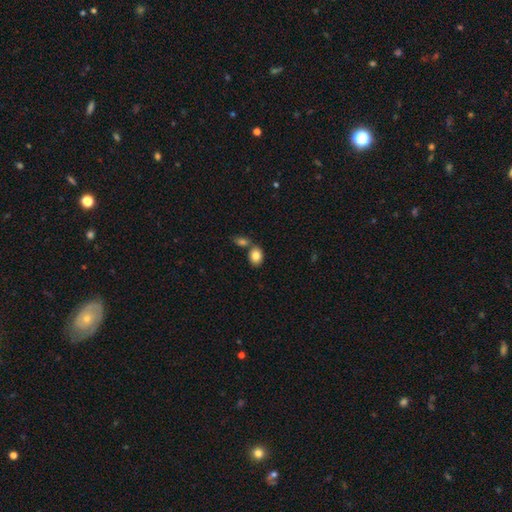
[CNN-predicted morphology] Q: Smooth or featured?
A: smooth (84%); runner-up: star or artifact (8%)
Q: How rounded?
A: in between (68%); runner-up: round (31%)
Q: Merging?
A: none (60%); runner-up: merger (26%)